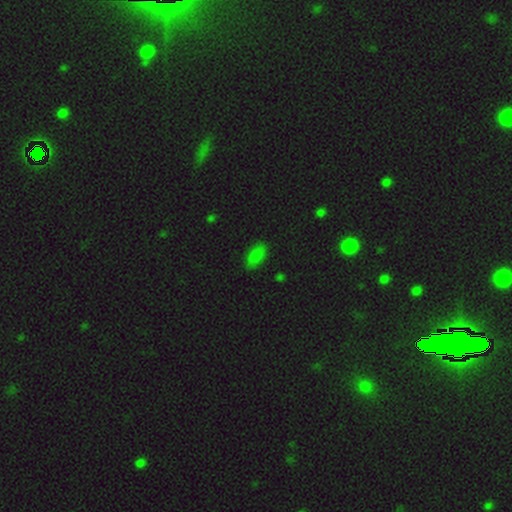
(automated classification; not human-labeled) A smooth galaxy with no disk features (82%) that is in between round and cigar-shaped (91%). Merging: none (83%).